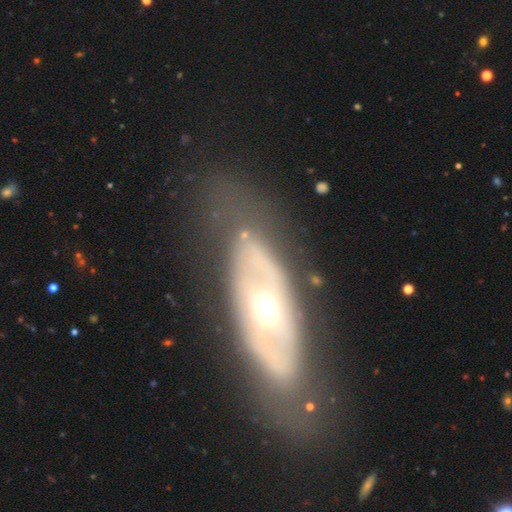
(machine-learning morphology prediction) This is likely a featured or disk galaxy (68%). It is clearly not viewed edge-on (81%). Bar: likely no (64%). Spiral arm pattern: likely no (71%). Central bulge: likely moderate (71%). Merging: likely none (66%).